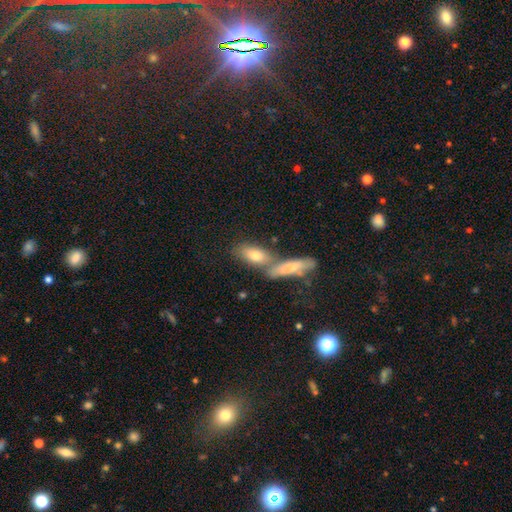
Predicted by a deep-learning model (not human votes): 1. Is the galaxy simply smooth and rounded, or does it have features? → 71% smooth, 21% featured or disk, 8% star or artifact.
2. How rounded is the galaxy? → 69% in between, 26% cigar-shaped, 4% round.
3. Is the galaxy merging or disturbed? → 48% none, 37% merger, 11% minor disturbance, 4% major disturbance.